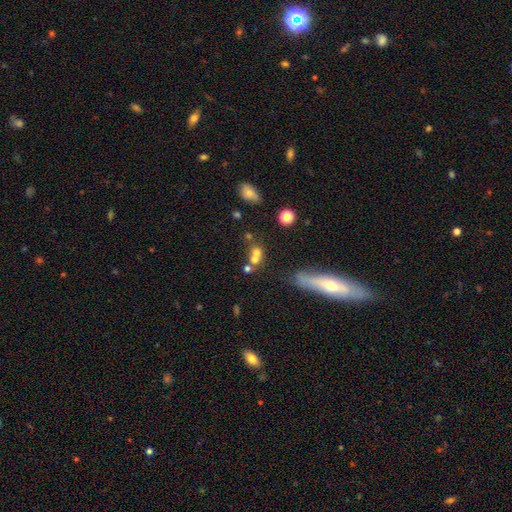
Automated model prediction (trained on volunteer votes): Smooth or featured? Predicted: smooth (p=0.62). How rounded? Predicted: round (p=0.63). Merging? Predicted: merger (p=0.54).